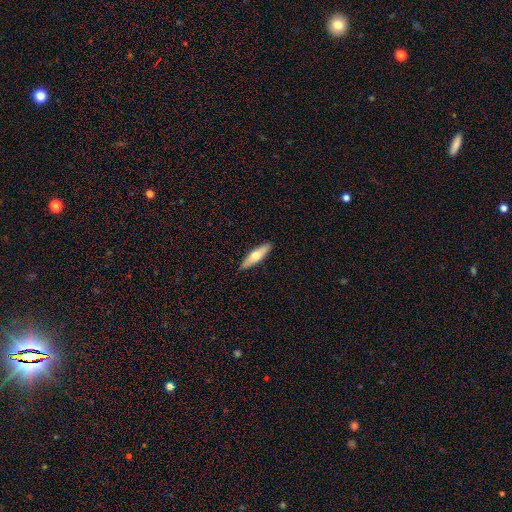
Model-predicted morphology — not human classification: The model was most divided on "smooth or featured": smooth: 55%, featured or disk: 40%, star or artifact: 5%. More confident: merging — none (90%); how rounded — cigar-shaped (62%).